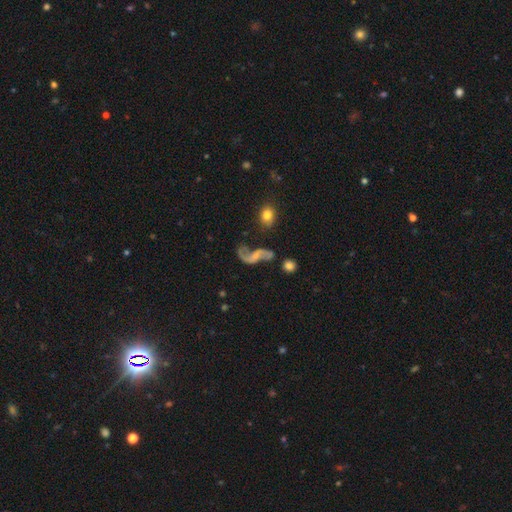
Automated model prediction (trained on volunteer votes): smooth_or_featured: featured or disk (p=0.80) [alt: smooth p=0.13]
disk_edge_on: no (p=0.96) [alt: yes p=0.04]
bar: no (p=0.49) [alt: weak p=0.37]
has_spiral_arms: yes (p=0.91) [alt: no p=0.09]
spiral_winding: loose (p=0.85) [alt: medium p=0.12]
spiral_arm_count: 2 (p=0.88) [alt: 1 p=0.07]
bulge_size: small (p=0.50) [alt: none p=0.29]
merging: none (p=0.48) [alt: major disturbance p=0.22]